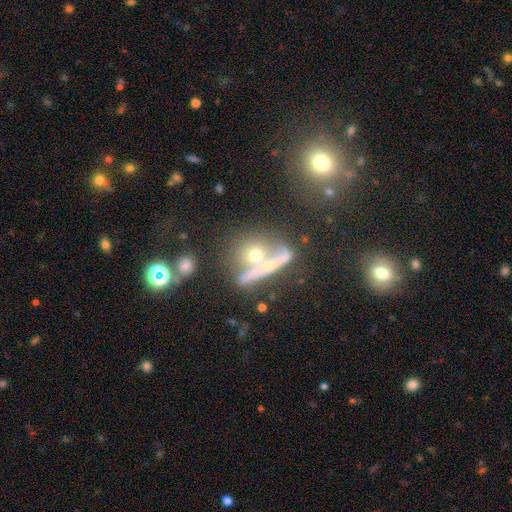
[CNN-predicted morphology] The model was most divided on "merging": merger: 41%, none: 39%, minor disturbance: 11%, major disturbance: 9%. More confident: how rounded — round (71%); smooth or featured — smooth (51%).